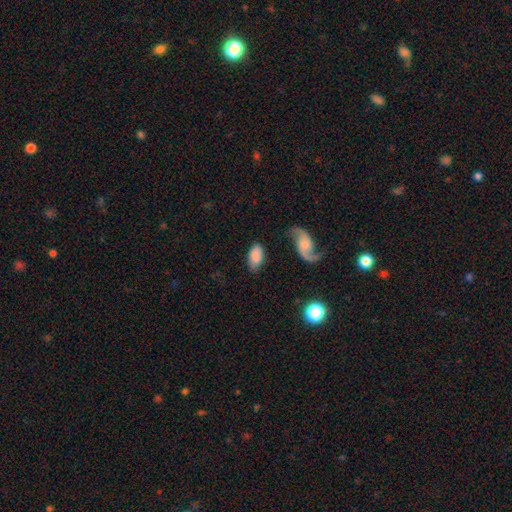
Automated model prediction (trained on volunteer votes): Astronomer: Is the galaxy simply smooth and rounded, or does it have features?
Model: smooth — 76%.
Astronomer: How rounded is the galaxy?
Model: in between — 95%.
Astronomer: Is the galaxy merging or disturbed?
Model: none — 67%.